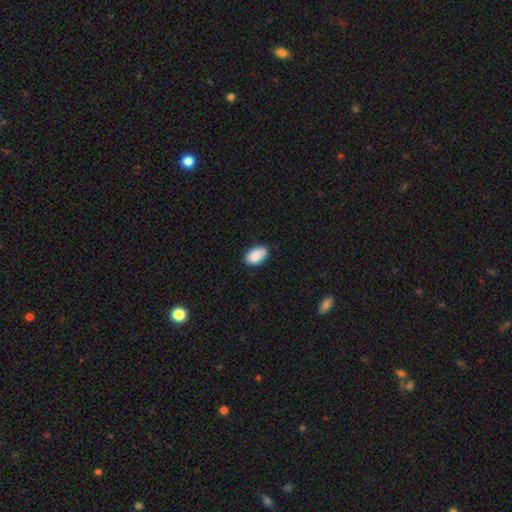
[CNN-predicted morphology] This is clearly a smooth galaxy (89%). How rounded: clearly in between (93%). Merging: likely none (80%).